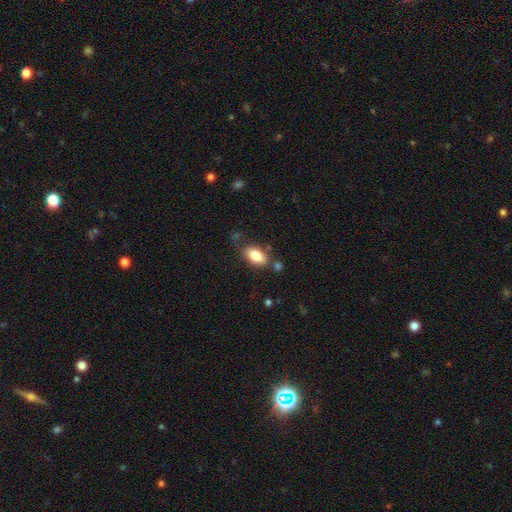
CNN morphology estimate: Overall: smooth (83%). How rounded: in between (92%). Merging: none (70%).